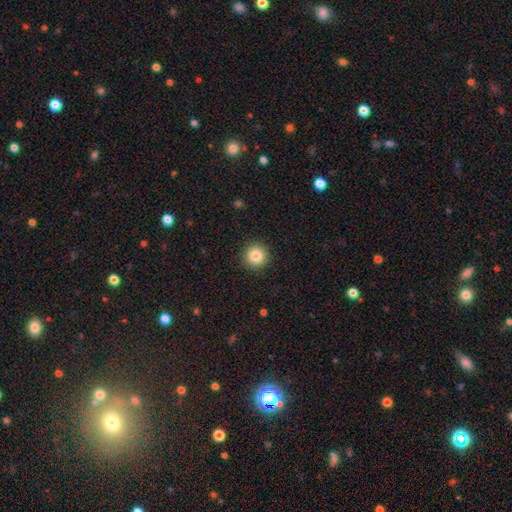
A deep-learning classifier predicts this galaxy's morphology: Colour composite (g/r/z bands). It shows a smooth galaxy with no disk features (84%) that is round (95%). Merging: none (92%).